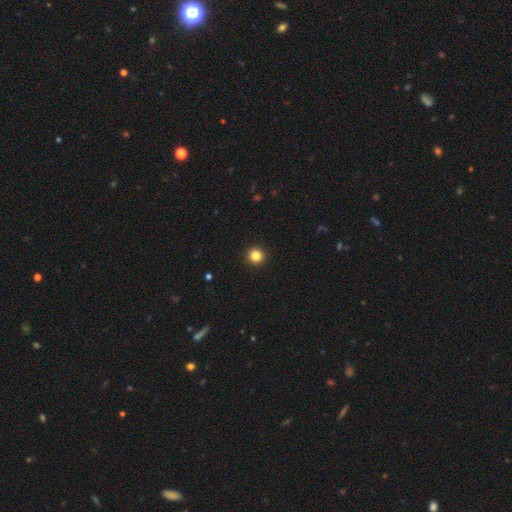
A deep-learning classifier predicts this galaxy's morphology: This appears to be a smooth galaxy with no disk features (84%) that is round (96%). Merging: none (94%).